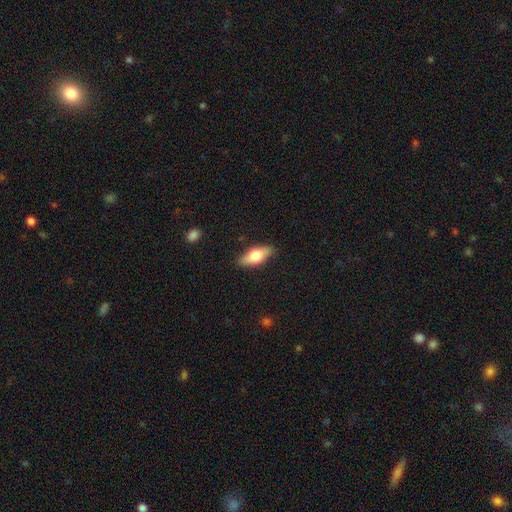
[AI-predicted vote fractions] This appears to be a smooth galaxy with no disk features (60%) that is in between round and cigar-shaped (72%). Merging: none (86%).